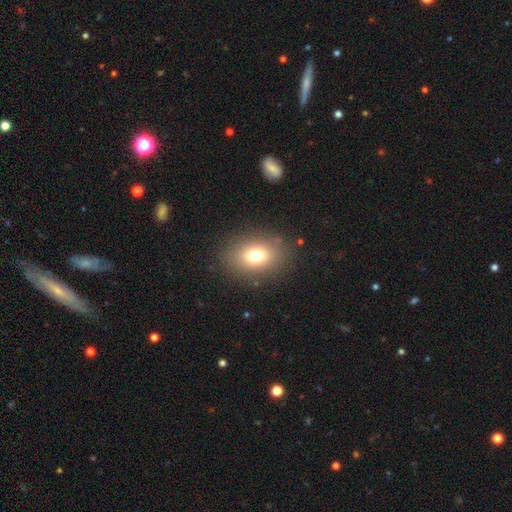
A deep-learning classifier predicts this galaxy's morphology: A smooth galaxy with no disk features (74%) that is in between round and cigar-shaped (69%).

Vote fractions:
- Smooth or featured? smooth: 74% / featured or disk: 13% / star or artifact: 13%
- How rounded? in between: 69% / round: 30% / cigar-shaped: 1%
- Merging? none: 85% / minor disturbance: 9% / major disturbance: 4% / merger: 2%